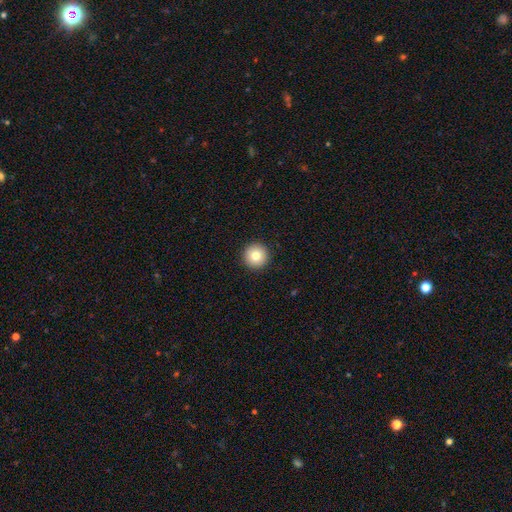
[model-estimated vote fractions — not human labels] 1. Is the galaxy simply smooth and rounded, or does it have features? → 81% smooth, 10% star or artifact, 9% featured or disk.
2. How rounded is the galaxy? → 97% round, 2% in between, 1% cigar-shaped.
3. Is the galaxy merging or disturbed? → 94% none, 4% minor disturbance, 1% major disturbance, 1% merger.